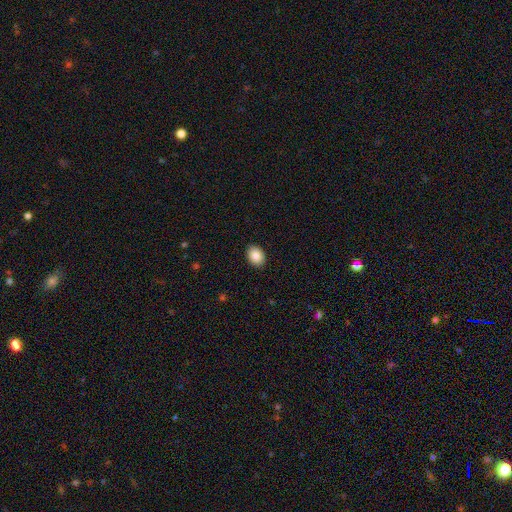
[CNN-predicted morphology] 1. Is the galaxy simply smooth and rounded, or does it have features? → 87% smooth, 8% star or artifact, 5% featured or disk.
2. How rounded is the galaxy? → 69% in between, 30% round, 1% cigar-shaped.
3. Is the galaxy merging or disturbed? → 90% none, 7% minor disturbance, 2% major disturbance, 1% merger.